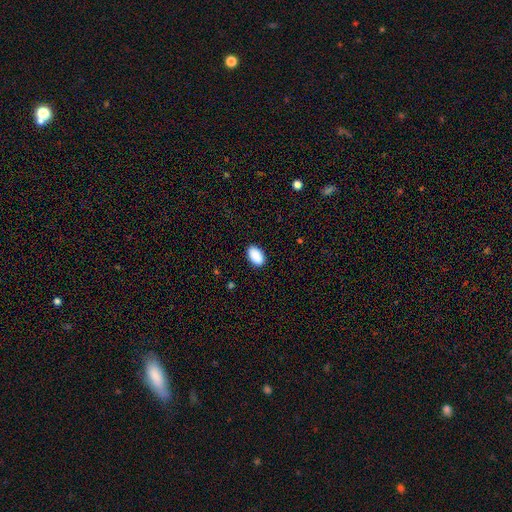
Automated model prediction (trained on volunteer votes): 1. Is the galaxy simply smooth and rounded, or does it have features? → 91% smooth, 6% star or artifact, 3% featured or disk.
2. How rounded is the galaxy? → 93% in between, 6% round, 1% cigar-shaped.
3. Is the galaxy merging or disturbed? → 89% none, 8% minor disturbance, 2% major disturbance, 1% merger.